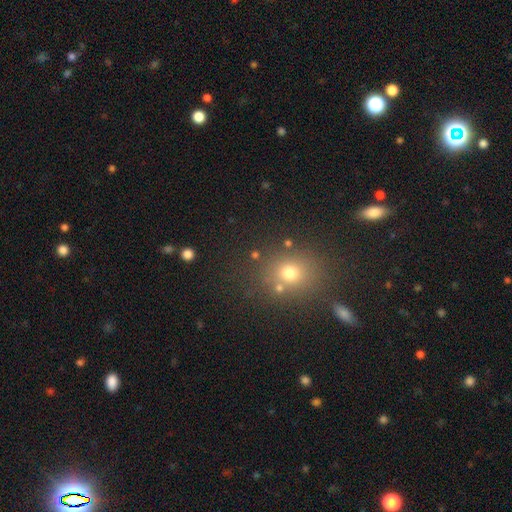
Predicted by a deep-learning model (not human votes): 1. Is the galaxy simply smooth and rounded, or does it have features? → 64% smooth, 26% star or artifact, 10% featured or disk.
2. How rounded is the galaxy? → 71% round, 27% in between, 1% cigar-shaped.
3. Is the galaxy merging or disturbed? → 77% none, 10% minor disturbance, 9% merger, 4% major disturbance.